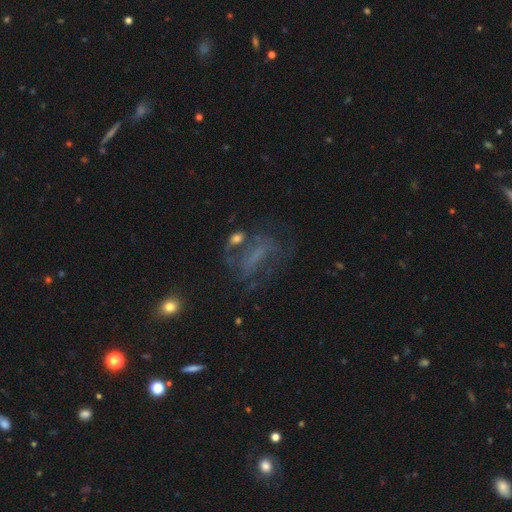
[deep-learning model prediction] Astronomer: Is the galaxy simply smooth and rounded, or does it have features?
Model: featured or disk — 53%.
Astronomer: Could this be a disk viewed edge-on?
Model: no — 90%.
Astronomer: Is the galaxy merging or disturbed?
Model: none — 46% (runner-up: major disturbance, 27%).